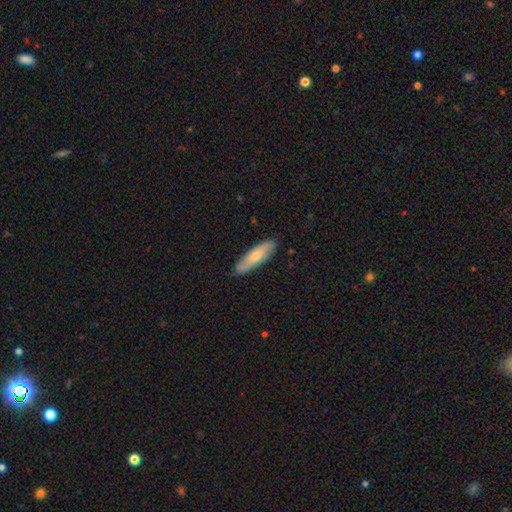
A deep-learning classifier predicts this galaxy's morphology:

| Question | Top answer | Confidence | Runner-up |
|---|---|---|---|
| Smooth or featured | smooth | 61% | featured or disk (33%) |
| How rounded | cigar-shaped | 61% | in between (37%) |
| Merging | none | 85% | minor disturbance (12%) |